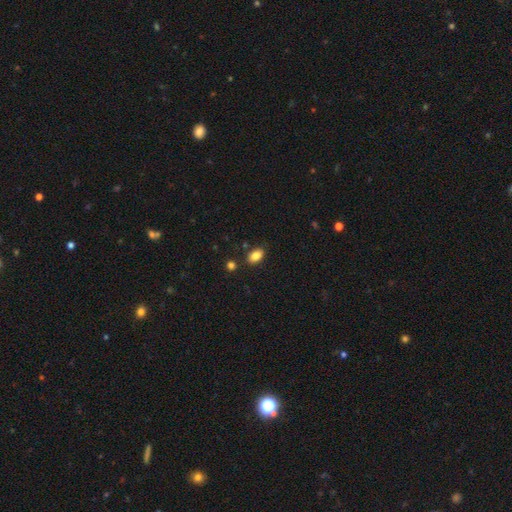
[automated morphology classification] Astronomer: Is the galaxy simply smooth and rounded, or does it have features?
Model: smooth — 86%.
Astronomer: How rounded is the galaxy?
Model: in between — 90%.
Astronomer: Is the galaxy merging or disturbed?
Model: none — 83%.